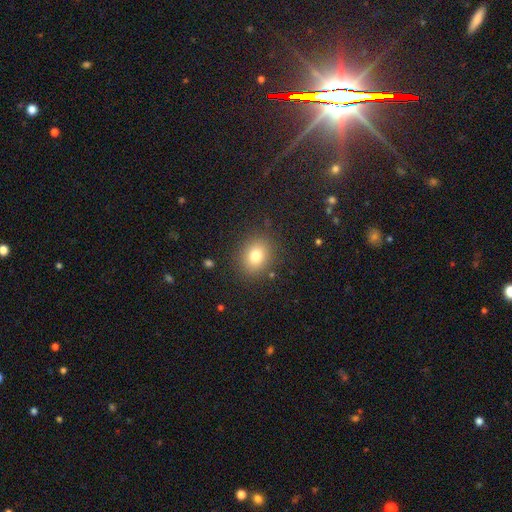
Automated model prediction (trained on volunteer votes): Smooth or featured? smooth (77%)
How rounded? round (58%)
Merging? none (86%)